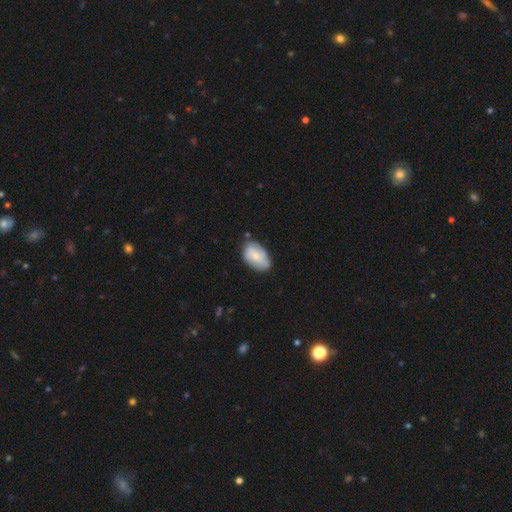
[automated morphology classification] This is likely a smooth galaxy (64%). How rounded: clearly in between (91%). Merging: likely none (62%).